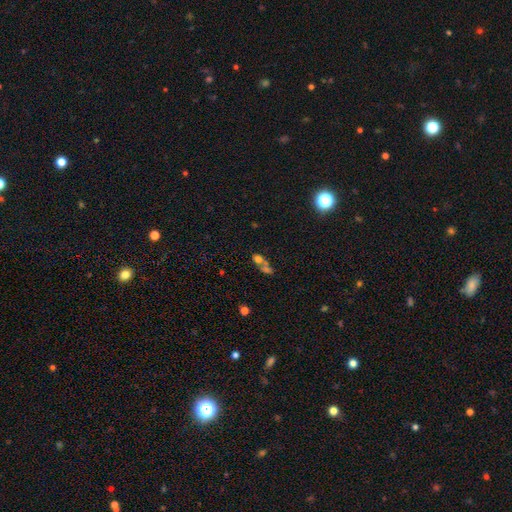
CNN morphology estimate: A smooth galaxy with no disk features (49%). Merging: merger (55%).